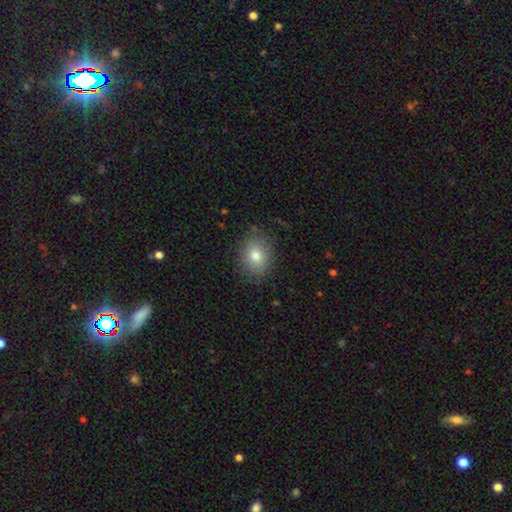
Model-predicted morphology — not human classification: Smooth or featured? Predicted: smooth (p=0.80). How rounded? Predicted: in between (p=0.60). Merging? Predicted: none (p=0.85).